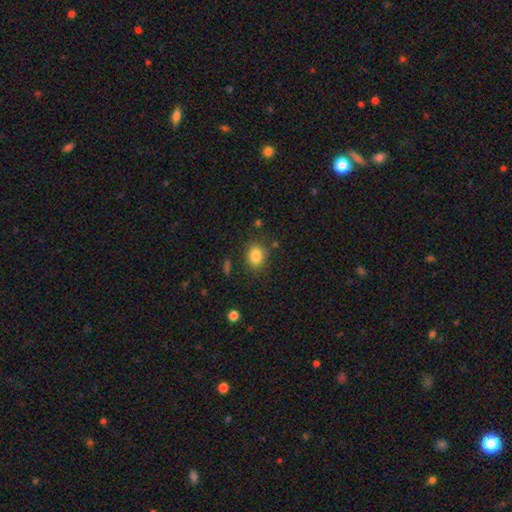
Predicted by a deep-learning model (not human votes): A smooth galaxy with no disk features (84%) that is round (51%). Merging: none (81%).